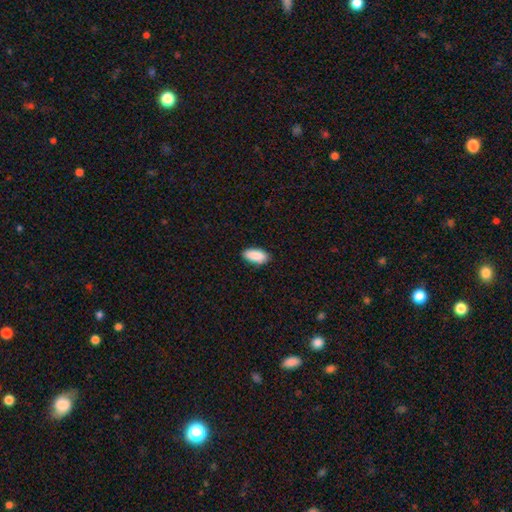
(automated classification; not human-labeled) A smooth galaxy with no disk features (90%) that is in between round and cigar-shaped (90%). Merging: none (85%).